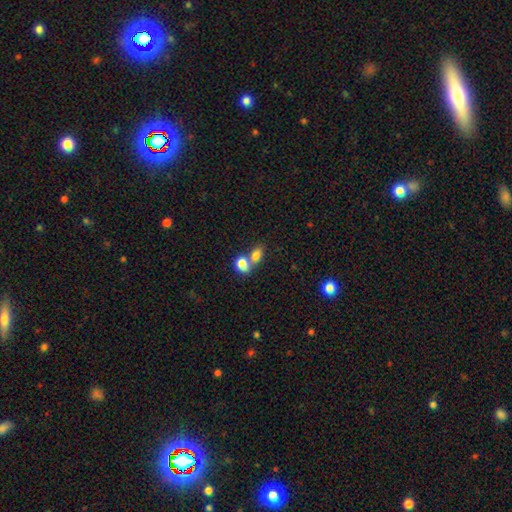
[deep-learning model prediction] A smooth galaxy with no disk features (79%) that is in between round and cigar-shaped (67%). Merging: merger (62%).